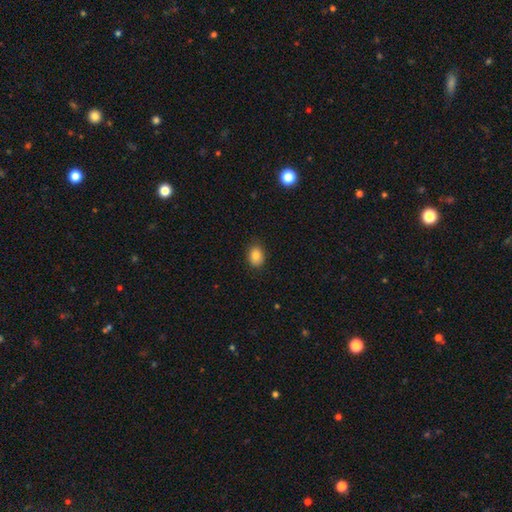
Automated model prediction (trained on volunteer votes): Smooth or featured? Predicted: smooth (p=0.84). How rounded? Predicted: in between (p=0.66). Merging? Predicted: none (p=0.85).